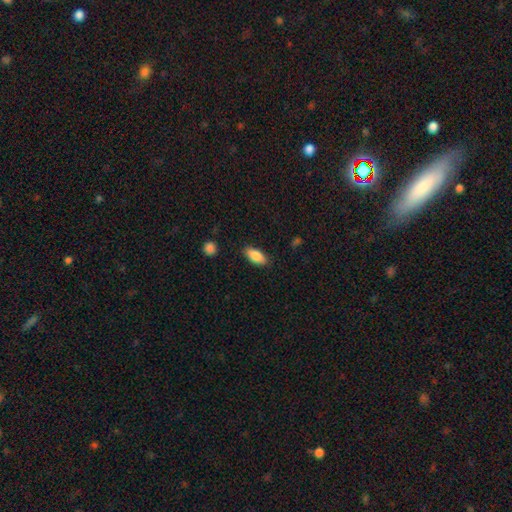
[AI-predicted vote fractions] Smooth or featured: smooth — 85% (featured or disk — 8%)
How rounded: in between — 88% (cigar-shaped — 10%)
Merging: none — 85% (minor disturbance — 11%)